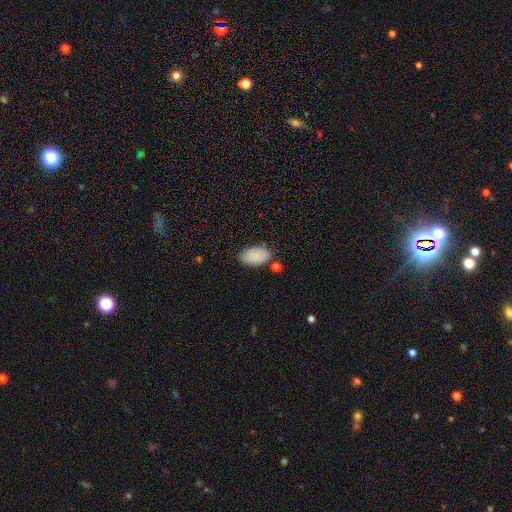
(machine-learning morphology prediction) Smooth or featured: smooth — 85% (featured or disk — 8%)
How rounded: in between — 94% (round — 4%)
Merging: none — 72% (minor disturbance — 17%)